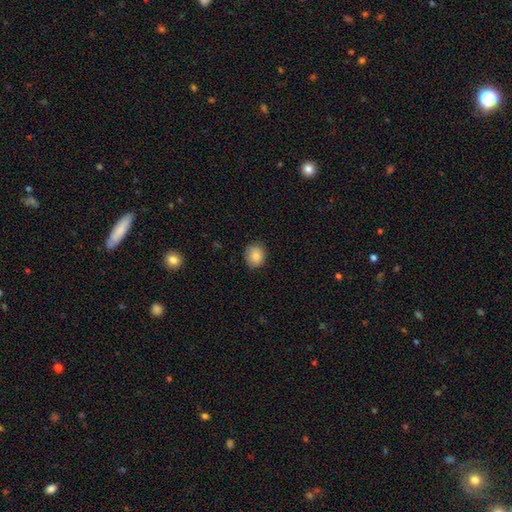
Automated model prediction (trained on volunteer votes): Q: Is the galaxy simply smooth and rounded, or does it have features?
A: smooth — 86%.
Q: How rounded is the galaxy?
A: round — 72%.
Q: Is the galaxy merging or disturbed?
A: none — 84%.